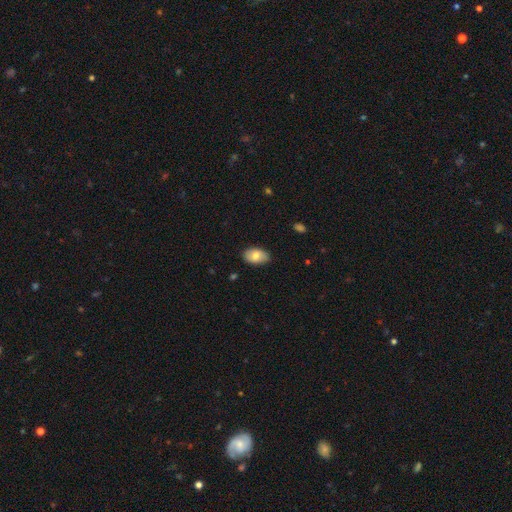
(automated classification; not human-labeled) The model was most divided on "smooth or featured": smooth: 76%, featured or disk: 18%, star or artifact: 7%. More confident: how rounded — in between (92%); merging — none (84%).